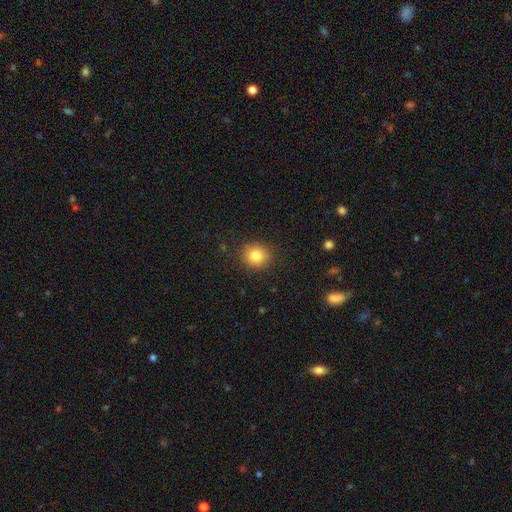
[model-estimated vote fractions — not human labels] smooth_or_featured: smooth (p=0.83) [alt: star or artifact p=0.11]
how_rounded: round (p=0.82) [alt: in between p=0.17]
merging: none (p=0.88) [alt: minor disturbance p=0.08]